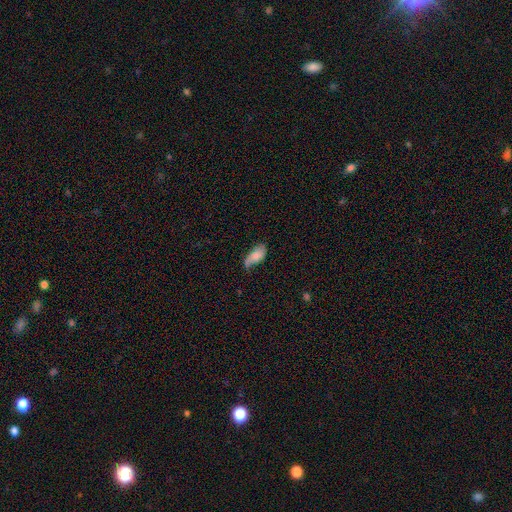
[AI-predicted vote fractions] Smooth or featured?
  - smooth: 59% *
  - featured or disk: 34%
  - star or artifact: 7%
How rounded?
  - in between: 90% *
  - cigar-shaped: 7%
  - round: 3%
Merging?
  - none: 46% *
  - minor disturbance: 38%
  - major disturbance: 14%
  - merger: 2%